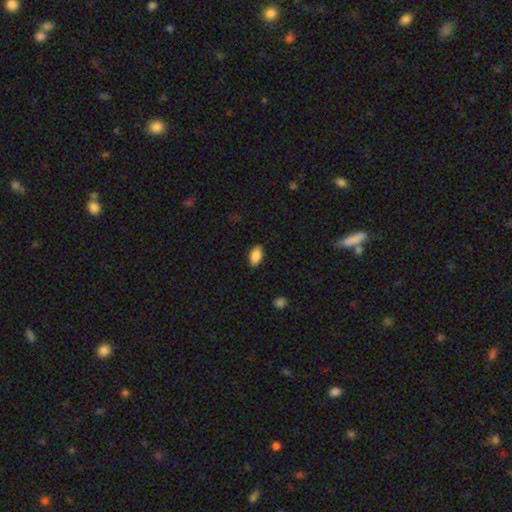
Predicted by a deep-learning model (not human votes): A smooth galaxy with no disk features (86%) that is in between round and cigar-shaped (93%).

Vote fractions:
- Smooth or featured? smooth: 86% / star or artifact: 7% / featured or disk: 7%
- How rounded? in between: 93% / round: 5% / cigar-shaped: 3%
- Merging? none: 86% / minor disturbance: 11% / major disturbance: 2% / merger: 1%